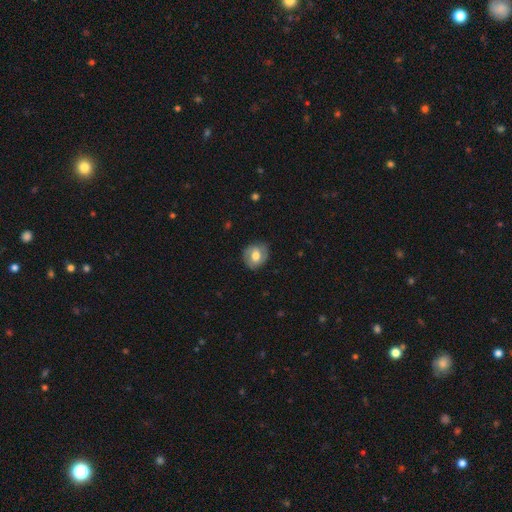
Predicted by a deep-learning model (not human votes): Smooth or featured? smooth (55%)
How rounded? round (69%)
Merging? none (81%)